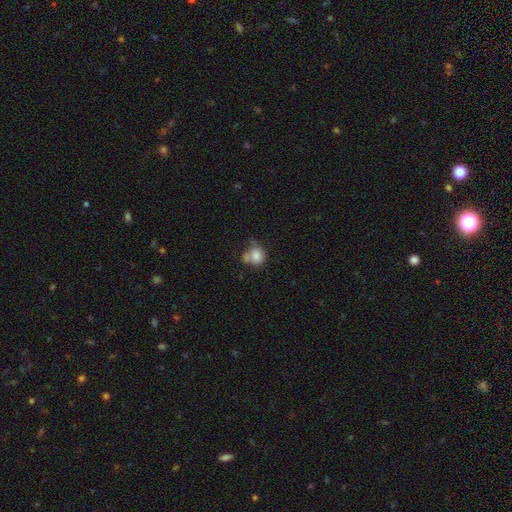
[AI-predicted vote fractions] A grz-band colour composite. It shows a smooth galaxy with no disk features (78%) that is round (67%). Merging: none (36%).